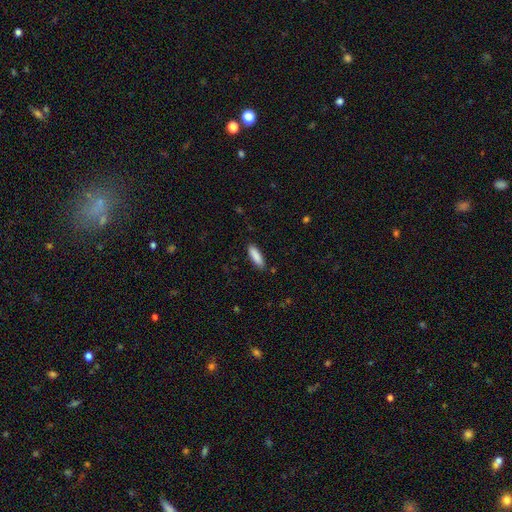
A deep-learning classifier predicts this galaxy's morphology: A smooth galaxy with no disk features (88%) that is cigar-shaped (54%).

Vote fractions:
- Smooth or featured? smooth: 88% / star or artifact: 6% / featured or disk: 6%
- How rounded? cigar-shaped: 54% / in between: 45% / round: 1%
- Merging? none: 87% / minor disturbance: 10% / major disturbance: 2% / merger: 1%